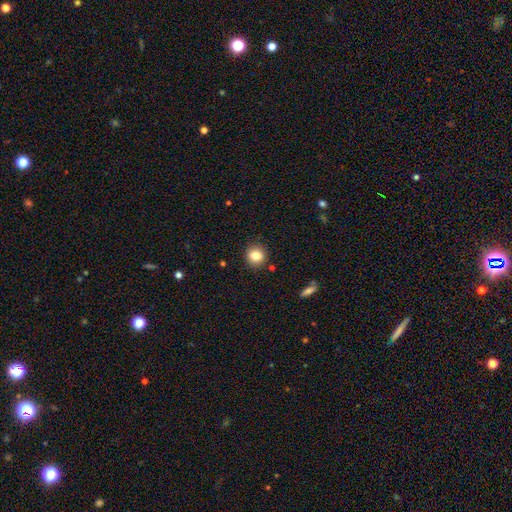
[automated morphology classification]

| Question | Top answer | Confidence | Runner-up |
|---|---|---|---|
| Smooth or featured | smooth | 83% | star or artifact (11%) |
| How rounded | round | 85% | in between (14%) |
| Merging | none | 88% | minor disturbance (8%) |